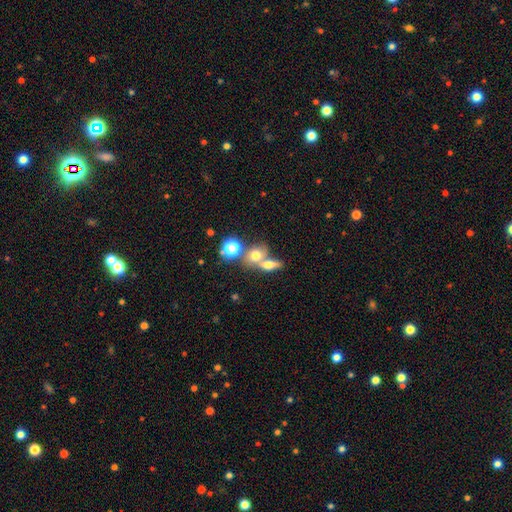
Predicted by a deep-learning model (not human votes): Smooth or featured?
  - smooth: 66% *
  - featured or disk: 20%
  - star or artifact: 14%
How rounded?
  - round: 52% *
  - in between: 43%
  - cigar-shaped: 5%
Merging?
  - merger: 56% *
  - none: 32%
  - minor disturbance: 8%
  - major disturbance: 5%